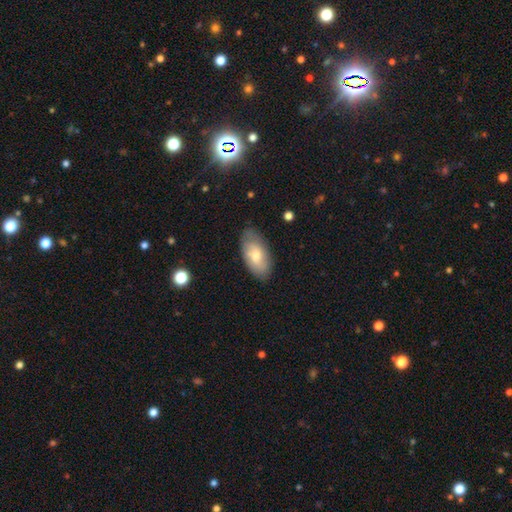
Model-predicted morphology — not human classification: A smooth galaxy with no disk features (63%) that is in between round and cigar-shaped (93%). Merging: none (78%).